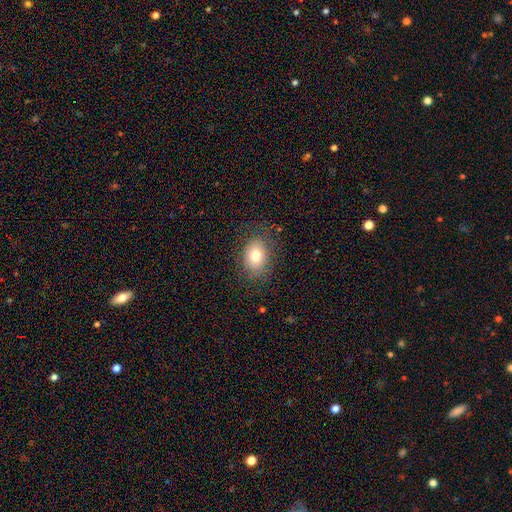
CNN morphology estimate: smooth-or-featured: smooth: 76% | featured or disk: 13% | star or artifact: 10%
  how-rounded: in between: 67% | round: 32% | cigar-shaped: 1%
  merging: none: 80% | minor disturbance: 14% | major disturbance: 6% | merger: 1%